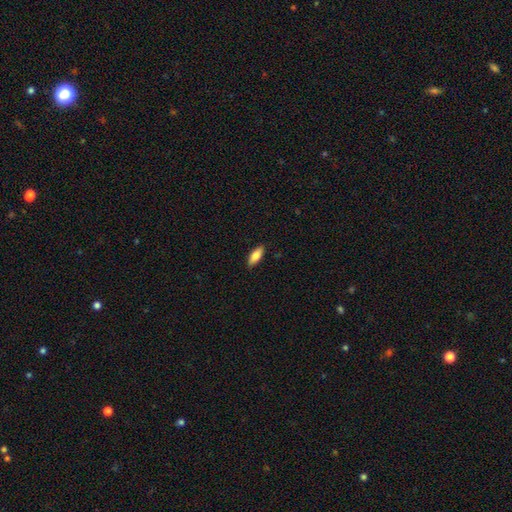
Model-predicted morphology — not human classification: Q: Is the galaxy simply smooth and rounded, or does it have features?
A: smooth — 79%.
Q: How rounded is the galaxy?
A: in between — 79%.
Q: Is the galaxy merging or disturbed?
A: none — 88%.